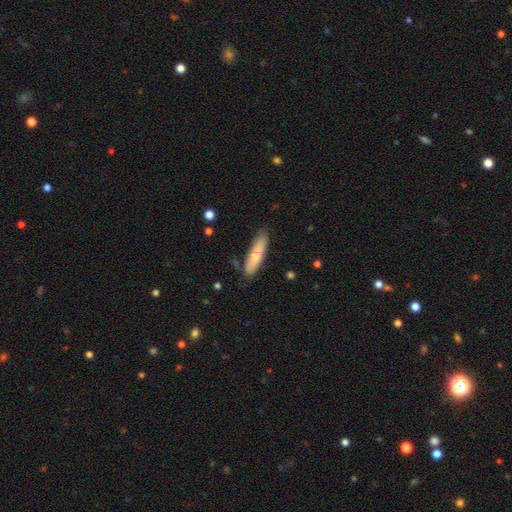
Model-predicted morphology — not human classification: type=smooth (68%); roundness=cigar-shaped (70%); merging=none (80%).